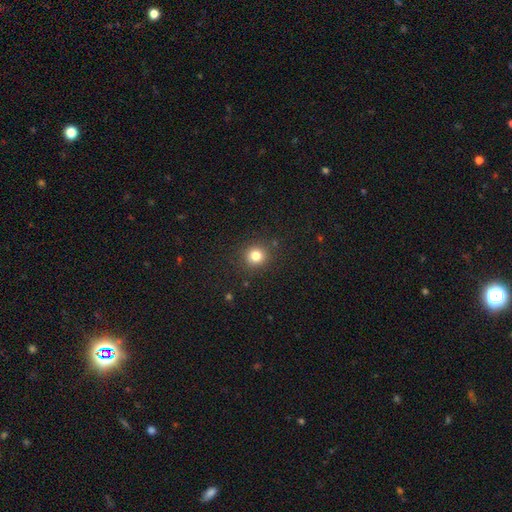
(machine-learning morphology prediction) type=smooth (81%); roundness=round (92%); merging=none (90%).